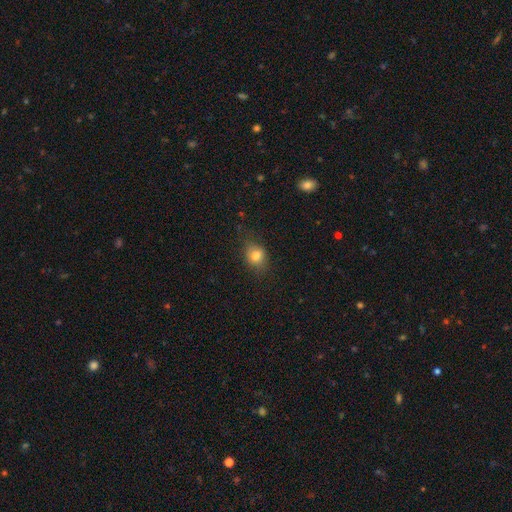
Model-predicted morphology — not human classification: smooth 78%, star or artifact 12%, featured or disk 10%. Down the decision tree: how rounded — round (57%); merging — none (75%).